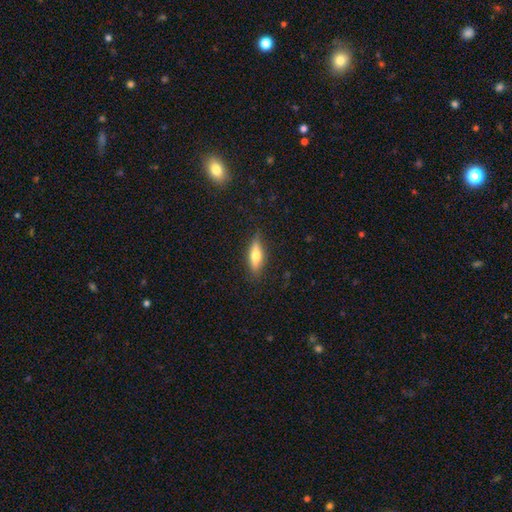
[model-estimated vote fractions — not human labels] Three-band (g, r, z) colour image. It shows a smooth galaxy with no disk features (61%) that is cigar-shaped (50%). Merging: none (84%).